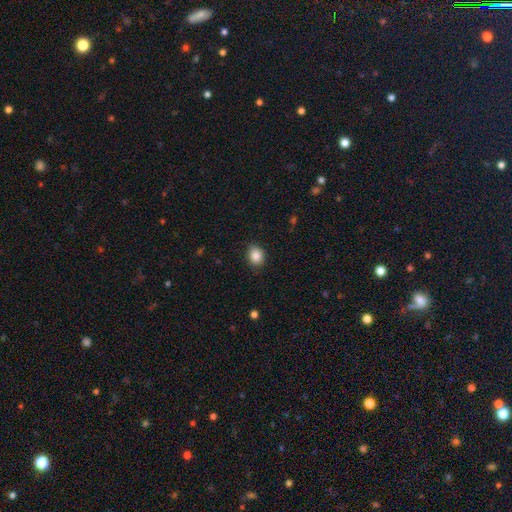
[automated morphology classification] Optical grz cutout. It shows a smooth galaxy with no disk features (87%) that is round (50%). Merging: none (82%).